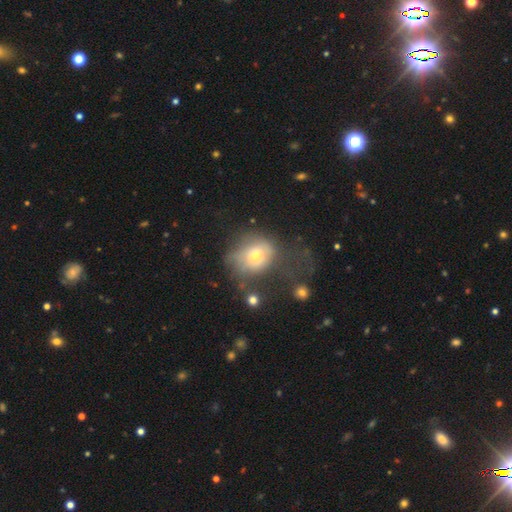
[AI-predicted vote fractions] Q: Smooth or featured?
A: smooth (58%); runner-up: featured or disk (30%)
Q: How rounded?
A: round (61%); runner-up: in between (37%)
Q: Merging?
A: major disturbance (42%); runner-up: none (28%)